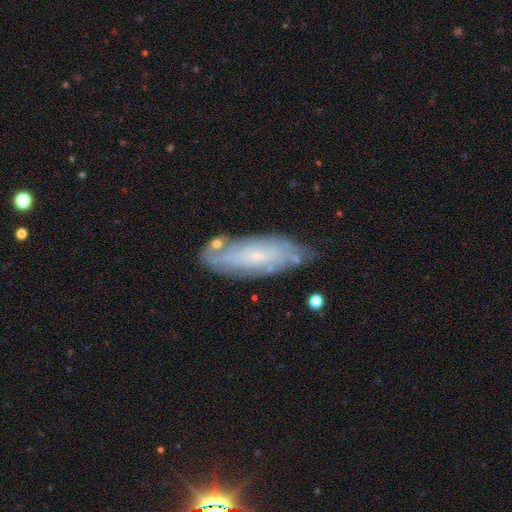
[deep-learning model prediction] Smooth or featured: featured or disk — 59% (smooth — 33%)
Edge-on disk: no — 78% (yes — 22%)
Merging: none — 71% (minor disturbance — 20%)